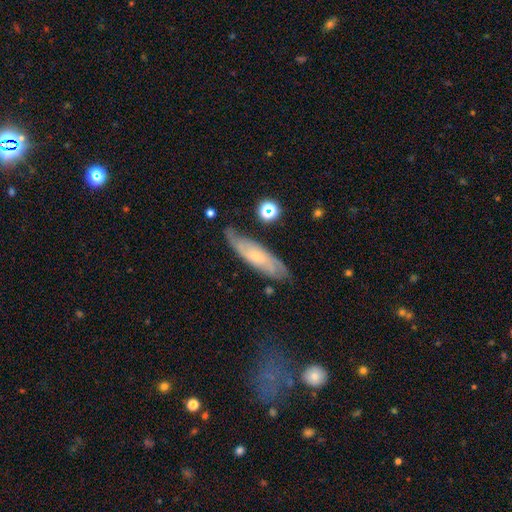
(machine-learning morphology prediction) Smooth or featured?
  - featured or disk: 61% *
  - smooth: 32%
  - star or artifact: 7%
Edge-on disk?
  - no: 71% *
  - yes: 29%
Merging?
  - none: 71% *
  - minor disturbance: 20%
  - major disturbance: 6%
  - merger: 3%